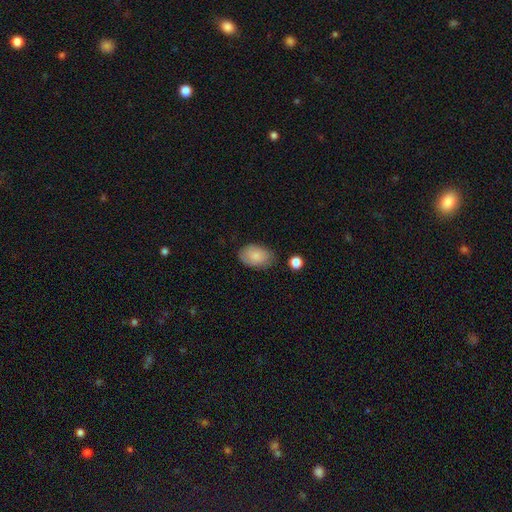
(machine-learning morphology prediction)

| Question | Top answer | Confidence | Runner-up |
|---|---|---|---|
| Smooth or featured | smooth | 84% | featured or disk (9%) |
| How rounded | in between | 88% | round (11%) |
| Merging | none | 75% | minor disturbance (18%) |